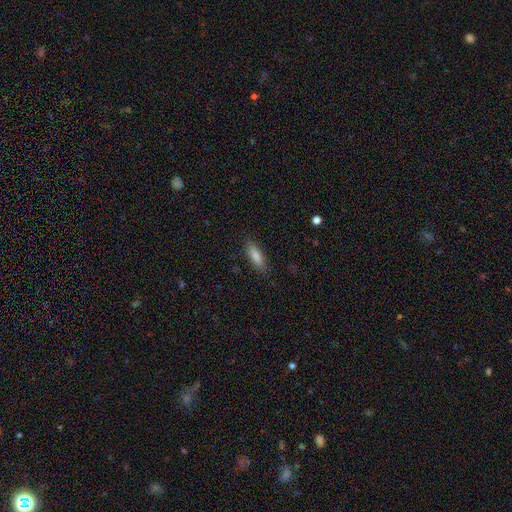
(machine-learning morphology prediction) Smooth or featured? smooth (78%)
How rounded? in between (50%)
Merging? none (85%)